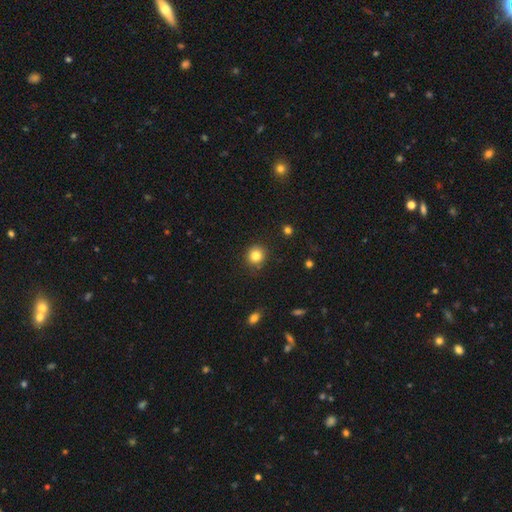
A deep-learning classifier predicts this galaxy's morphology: type=smooth (83%); roundness=round (89%); merging=none (86%).